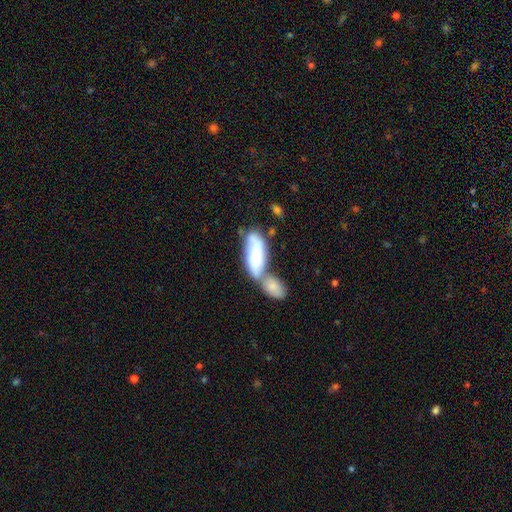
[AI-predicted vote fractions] Smooth or featured? smooth (65%)
How rounded? in between (74%)
Merging? merger (69%)